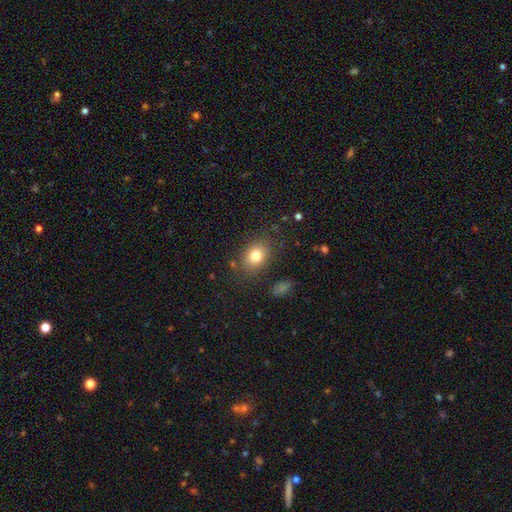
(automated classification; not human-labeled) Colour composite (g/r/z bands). It shows a smooth galaxy with no disk features (80%) that is in between round and cigar-shaped (65%). Merging: none (81%).